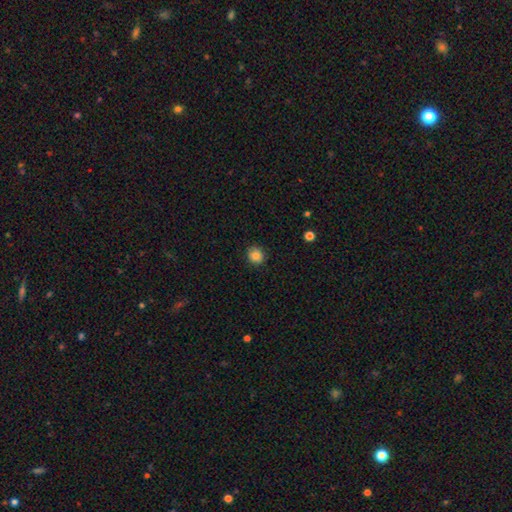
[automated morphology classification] This appears to be a smooth galaxy with no disk features (84%) that is round (86%). Merging: none (88%).